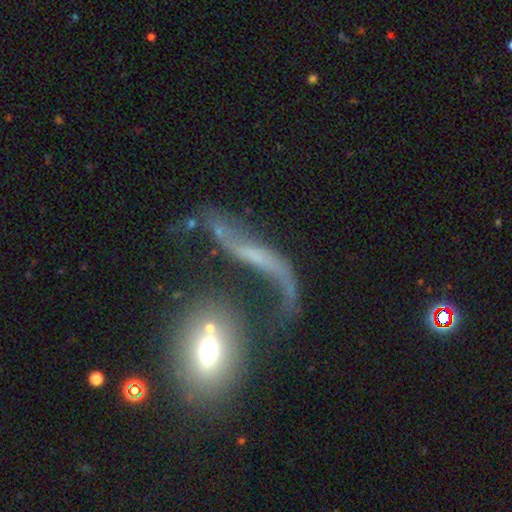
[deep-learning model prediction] Smooth or featured? featured or disk (69%)
Edge-on disk? no (78%)
Bar? no (48%)
Spiral arms? yes (74%)
Bulge size? none (40%, tied with small)
Merging? none (35%)